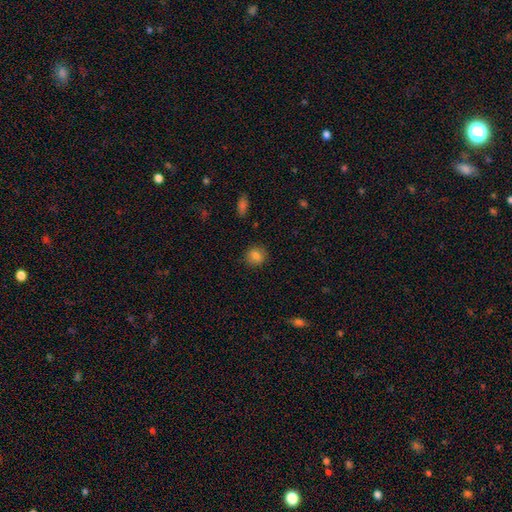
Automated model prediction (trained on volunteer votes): The model was most divided on "how rounded": round: 82%, in between: 17%, cigar-shaped: 1%. More confident: merging — none (87%); smooth or featured — smooth (82%).